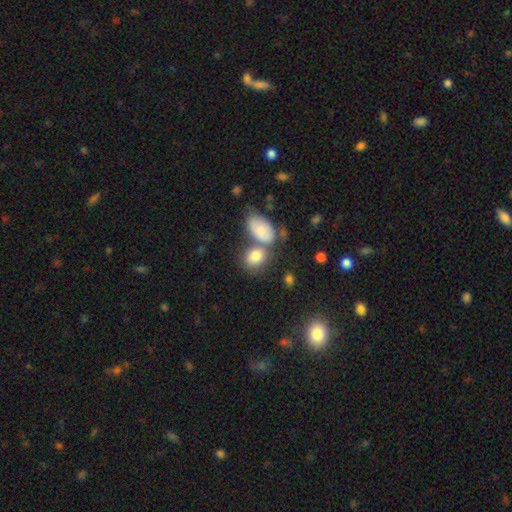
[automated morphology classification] Smooth or featured: smooth — 81% (featured or disk — 10%)
How rounded: in between — 57% (round — 41%)
Merging: none — 45% (merger — 36%)